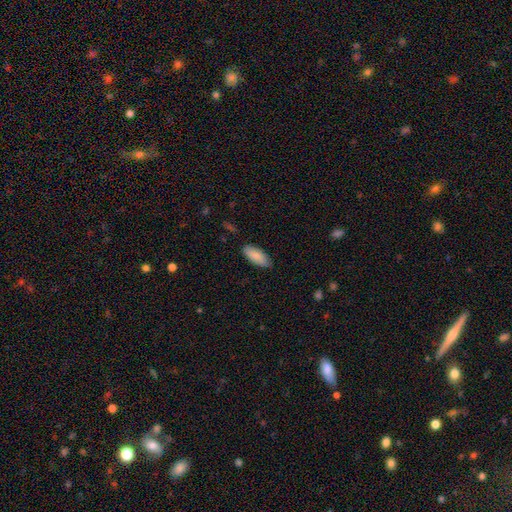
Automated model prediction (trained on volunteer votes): Smooth or featured? smooth (88%)
How rounded? in between (83%)
Merging? none (81%)